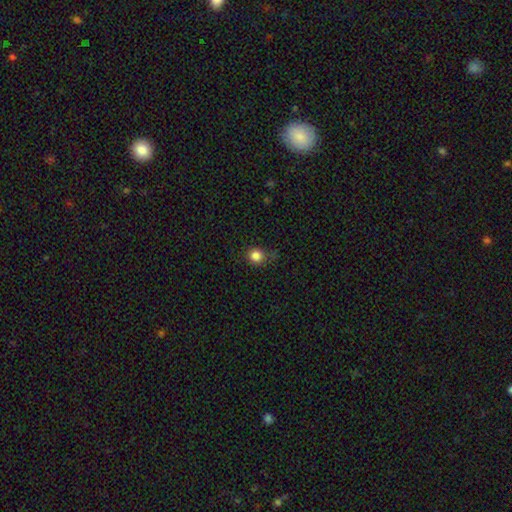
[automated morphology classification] Smooth or featured? Predicted: smooth (p=0.83). How rounded? Predicted: round (p=0.88). Merging? Predicted: none (p=0.75).